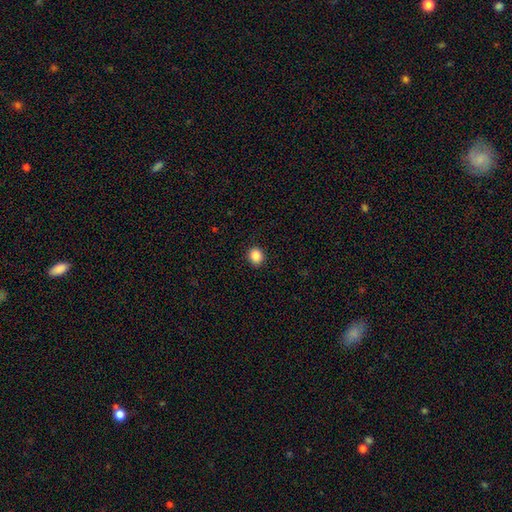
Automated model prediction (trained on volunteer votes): The model was most divided on "how rounded": round: 74%, in between: 25%, cigar-shaped: 1%. More confident: merging — none (91%); smooth or featured — smooth (87%).